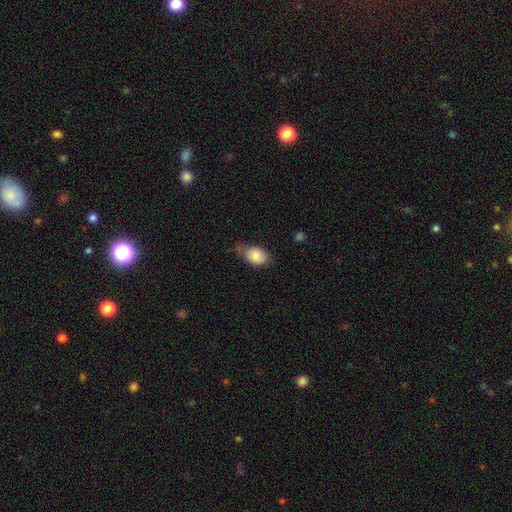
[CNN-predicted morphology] smooth 83%, featured or disk 10%, star or artifact 7%. Down the decision tree: how rounded — in between (82%); merging — none (53%).